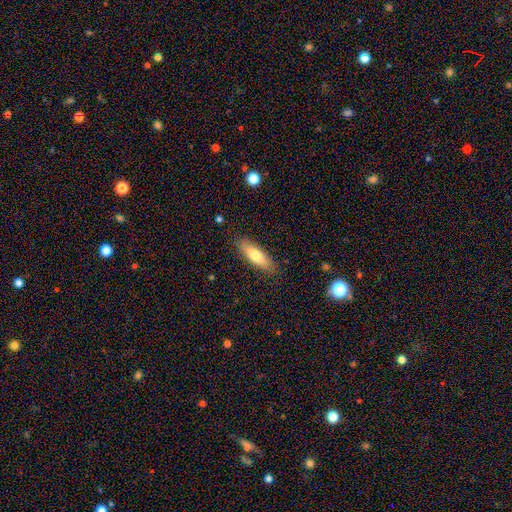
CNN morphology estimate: smooth-or-featured: smooth: 73% | featured or disk: 21% | star or artifact: 6%
  how-rounded: cigar-shaped: 56% | in between: 42% | round: 2%
  merging: none: 87% | minor disturbance: 9% | major disturbance: 2% | merger: 1%